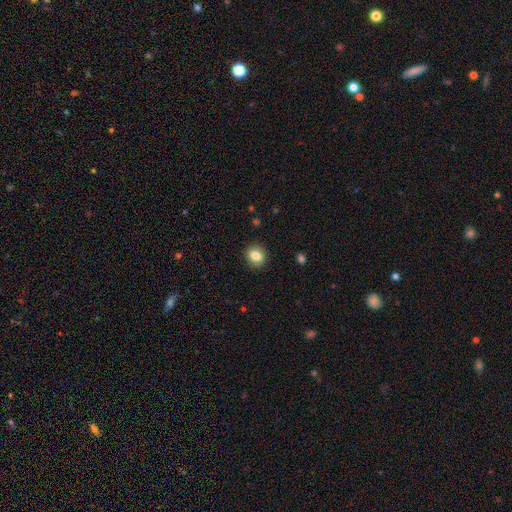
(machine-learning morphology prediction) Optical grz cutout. It shows a smooth galaxy with no disk features (83%) that is round (66%). Merging: none (89%).